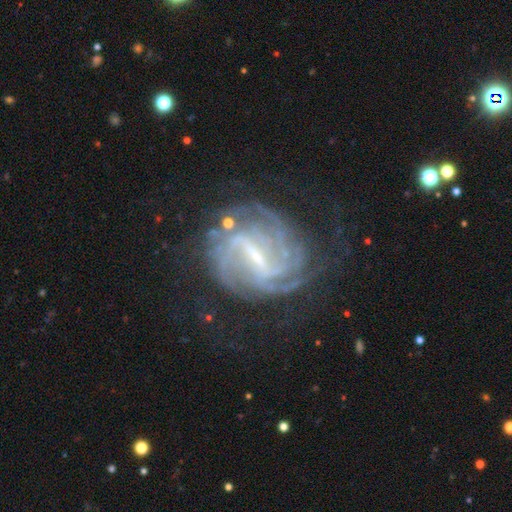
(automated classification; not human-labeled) Smooth or featured?
  - featured or disk: 88% *
  - star or artifact: 7%
  - smooth: 5%
Edge-on disk?
  - no: 97% *
  - yes: 3%
Bar?
  - strong: 56% *
  - weak: 36%
  - no: 8%
Spiral arms?
  - yes: 95% *
  - no: 5%
Spiral winding?
  - tight: 59% *
  - medium: 32%
  - loose: 9%
Spiral arm count?
  - can't tell: 32% *
  - 4: 20%
  - 2: 17%
  - 3: 16%
  - more than 4: 9%
  - 1: 6%
Bulge size?
  - small: 60% *
  - moderate: 23%
  - none: 14%
  - large: 2%
  - dominant: 1%
Merging?
  - none: 66% *
  - minor disturbance: 17%
  - major disturbance: 14%
  - merger: 2%